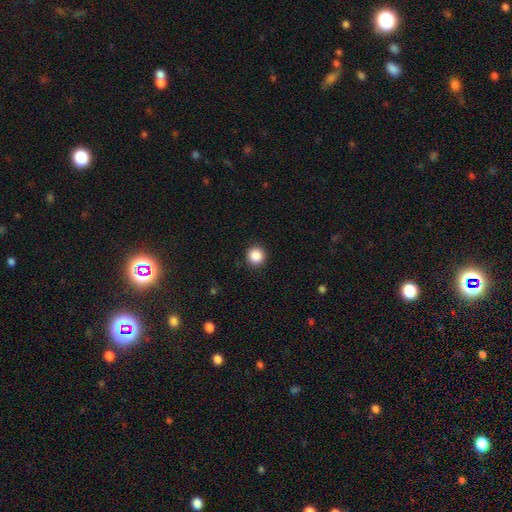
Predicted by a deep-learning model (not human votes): smooth-or-featured: smooth: 88% | star or artifact: 9% | featured or disk: 3%
  how-rounded: round: 95% | in between: 4% | cigar-shaped: 1%
  merging: none: 93% | minor disturbance: 5% | major disturbance: 2% | merger: 1%